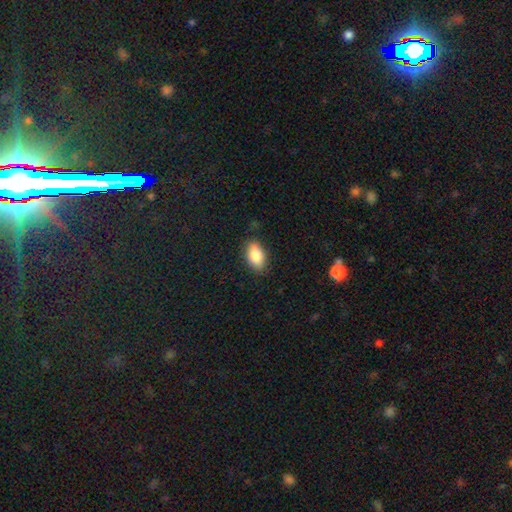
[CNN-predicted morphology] A smooth galaxy with no disk features (83%) that is in between round and cigar-shaped (91%).

Vote fractions:
- Smooth or featured? smooth: 83% / featured or disk: 9% / star or artifact: 8%
- How rounded? in between: 91% / round: 7% / cigar-shaped: 2%
- Merging? none: 82% / minor disturbance: 14% / major disturbance: 3% / merger: 1%